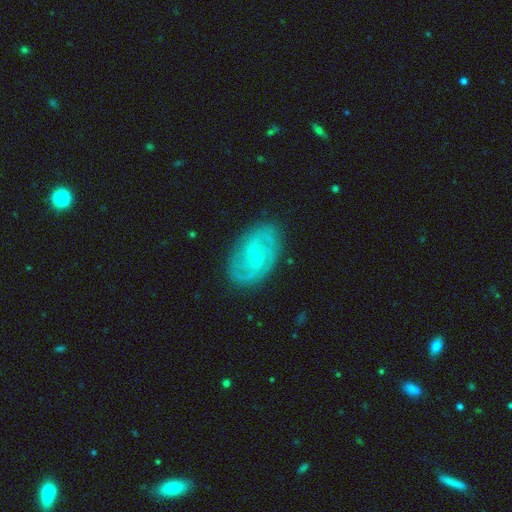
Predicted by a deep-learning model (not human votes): Q: Smooth or featured?
A: featured or disk (83%); runner-up: smooth (12%)
Q: Edge-on disk?
A: no (97%); runner-up: yes (3%)
Q: Bar?
A: weak (49%); runner-up: no (39%)
Q: Spiral arms?
A: yes (94%); runner-up: no (6%)
Q: Spiral winding?
A: medium (46%); runner-up: tight (38%)
Q: Spiral arm count?
A: 2 (64%); runner-up: can't tell (16%)
Q: Bulge size?
A: small (81%); runner-up: moderate (14%)
Q: Merging?
A: none (83%); runner-up: minor disturbance (13%)